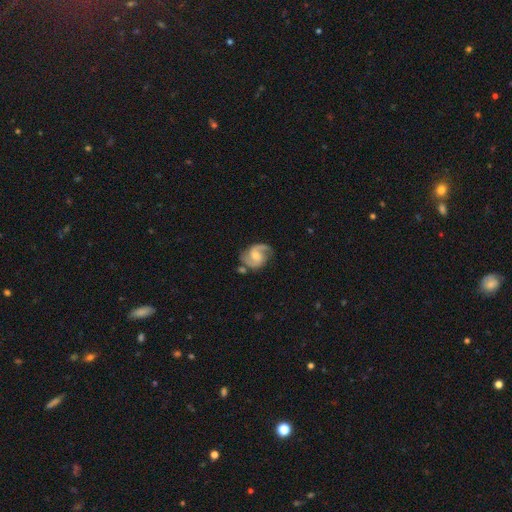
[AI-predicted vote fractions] The model was most divided on "bar": no: 46%, weak: 45%, strong: 9%. Remaining: edge-on disk — no (98%); spiral arms — yes (97%); spiral arm count — 2 (91%); smooth or featured — featured or disk (87%); merging — none (71%); spiral winding — medium (56%); bulge size — small (45%).